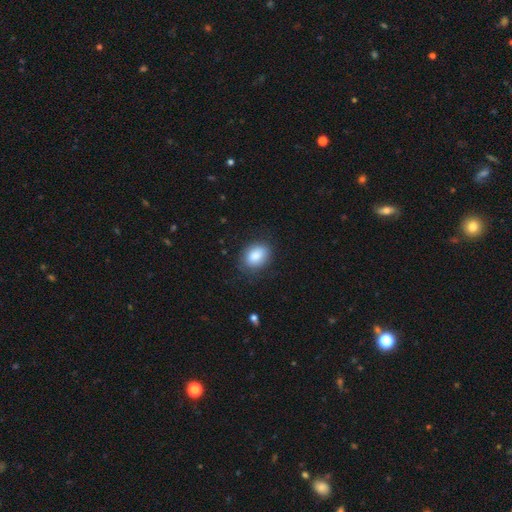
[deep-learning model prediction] A smooth galaxy with no disk features (86%) that is in between round and cigar-shaped (75%).

Vote fractions:
- Smooth or featured? smooth: 86% / star or artifact: 7% / featured or disk: 7%
- How rounded? in between: 75% / round: 24% / cigar-shaped: 1%
- Merging? none: 81% / minor disturbance: 14% / major disturbance: 4% / merger: 1%